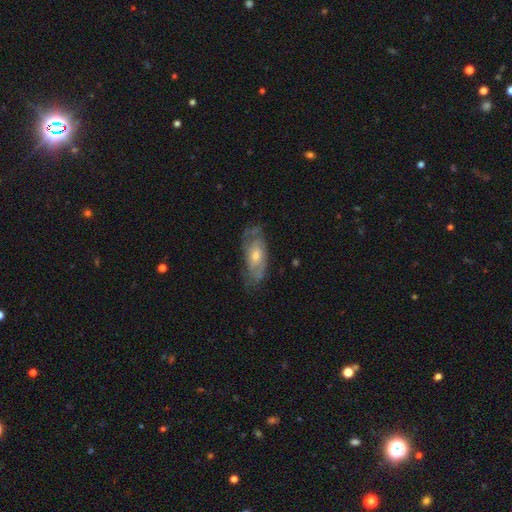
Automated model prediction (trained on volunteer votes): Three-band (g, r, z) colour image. It shows a featured or disk galaxy (67%) with no bar (73%), spiral arms (75%) and a moderate central bulge (55%). Merging: none (67%).